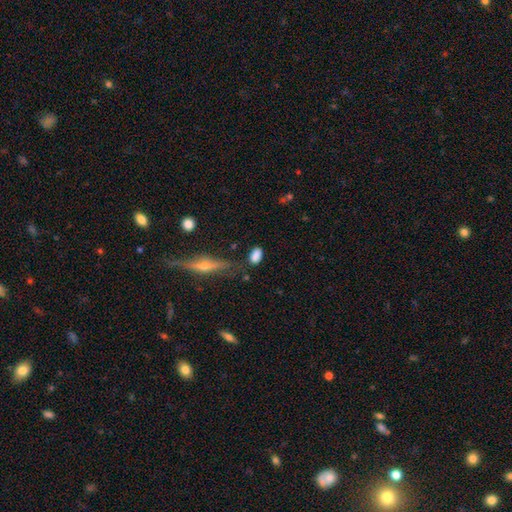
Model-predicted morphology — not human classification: Smooth or featured?
  - smooth: 82% *
  - star or artifact: 9%
  - featured or disk: 9%
How rounded?
  - in between: 86% *
  - round: 7%
  - cigar-shaped: 6%
Merging?
  - none: 69% *
  - minor disturbance: 19%
  - major disturbance: 6%
  - merger: 6%